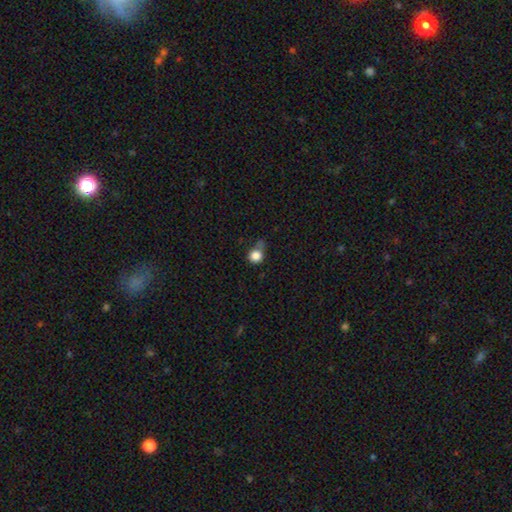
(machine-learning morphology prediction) The model was most divided on "merging": none: 51%, minor disturbance: 25%, merger: 13%, major disturbance: 11%. More confident: how rounded — round (88%); smooth or featured — smooth (84%).